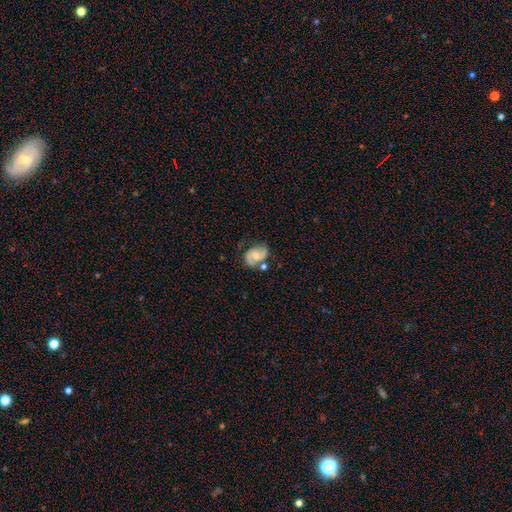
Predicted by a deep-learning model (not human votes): Morphology: type=featured or disk (68%); edge-on=no (98%); bar=no (56%); spiral arms=yes (90%); winding=medium (49%); arm count=2 (84%); bulge=moderate (46%); merging=none (57%).